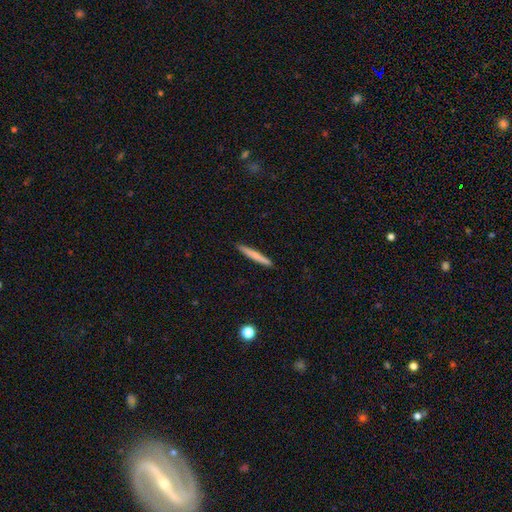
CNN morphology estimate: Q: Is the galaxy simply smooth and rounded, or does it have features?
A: smooth — 68%.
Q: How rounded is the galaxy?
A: cigar-shaped — 96%.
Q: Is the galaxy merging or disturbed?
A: none — 91%.